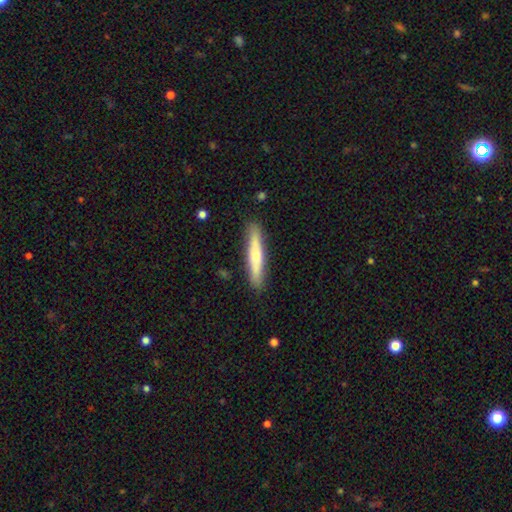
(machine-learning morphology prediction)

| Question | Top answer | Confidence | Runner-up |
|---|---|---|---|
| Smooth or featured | smooth | 51% | featured or disk (44%) |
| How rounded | cigar-shaped | 89% | in between (10%) |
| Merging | none | 88% | minor disturbance (9%) |